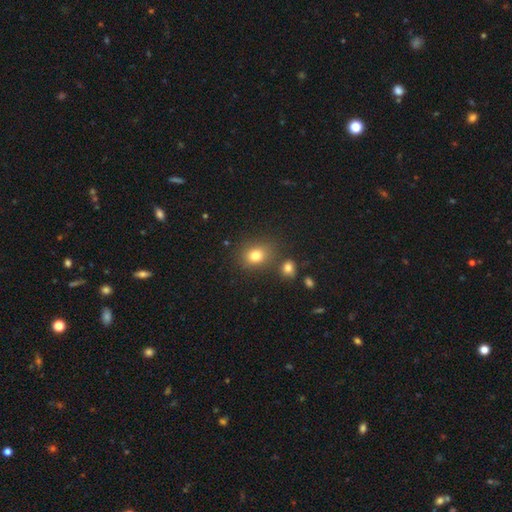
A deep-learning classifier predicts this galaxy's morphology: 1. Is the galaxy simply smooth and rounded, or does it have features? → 79% smooth, 13% star or artifact, 8% featured or disk.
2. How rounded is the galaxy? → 55% round, 44% in between, 1% cigar-shaped.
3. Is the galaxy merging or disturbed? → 74% none, 12% minor disturbance, 9% merger, 4% major disturbance.